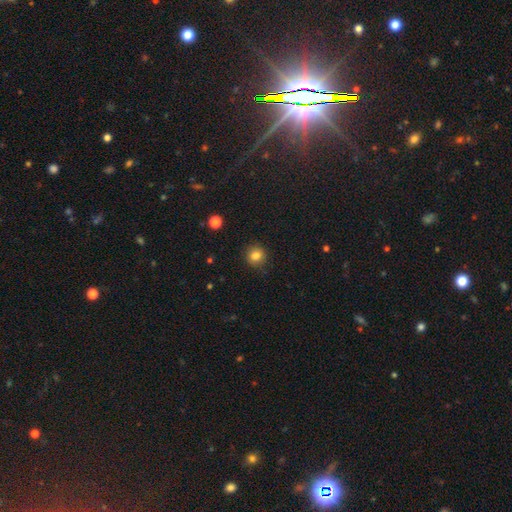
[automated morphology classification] Smooth or featured? Predicted: smooth (p=0.83). How rounded? Predicted: round (p=0.90). Merging? Predicted: none (p=0.88).